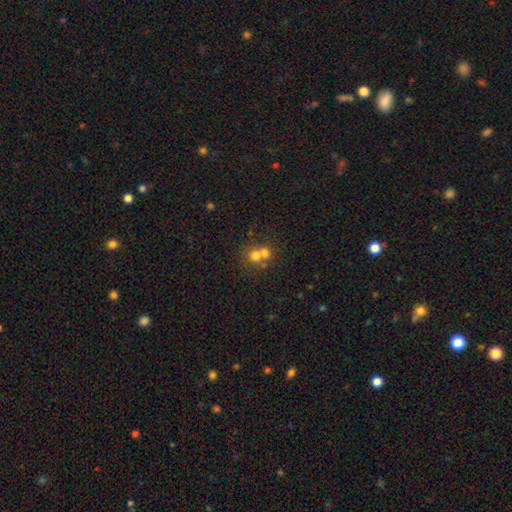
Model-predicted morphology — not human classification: A smooth galaxy with no disk features (68%) that is round (83%).

Vote fractions:
- Smooth or featured? smooth: 68% / featured or disk: 17% / star or artifact: 15%
- How rounded? round: 83% / in between: 16% / cigar-shaped: 1%
- Merging? merger: 59% / none: 34% / minor disturbance: 5% / major disturbance: 3%